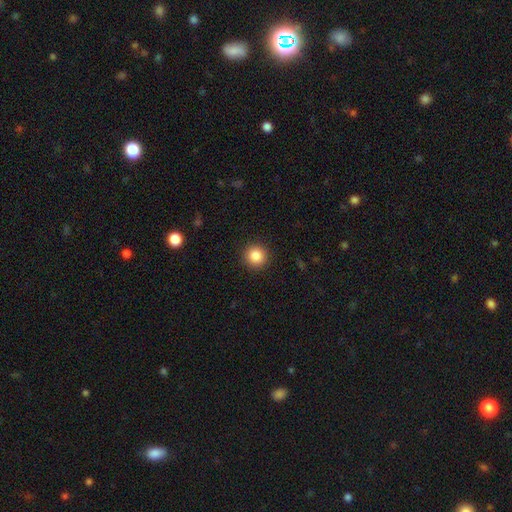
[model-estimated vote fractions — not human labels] smooth-or-featured: smooth: 85% | star or artifact: 10% | featured or disk: 4%
  how-rounded: round: 95% | in between: 4% | cigar-shaped: 1%
  merging: none: 91% | minor disturbance: 6% | major disturbance: 2% | merger: 1%